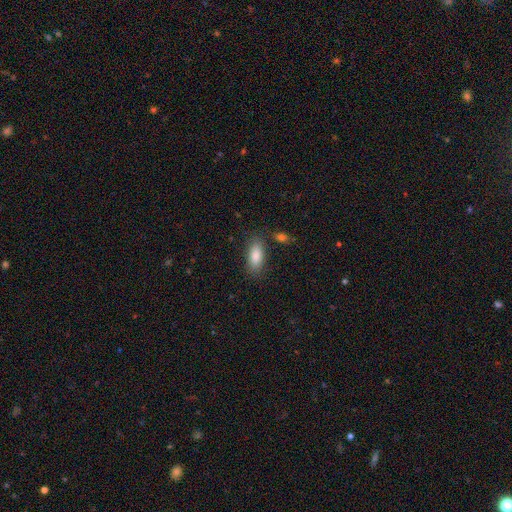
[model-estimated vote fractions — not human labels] Overall: smooth (86%). How rounded: in between (84%). Merging: none (81%).